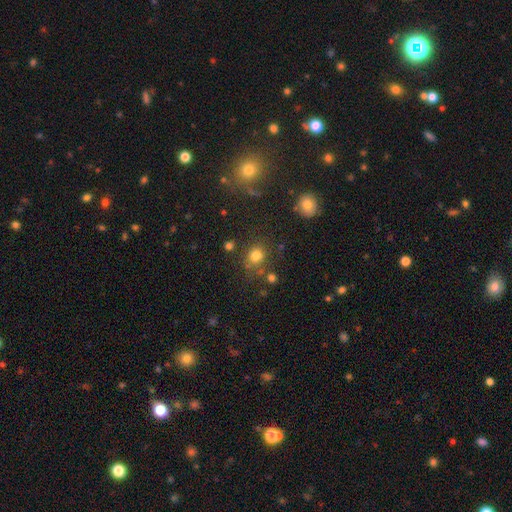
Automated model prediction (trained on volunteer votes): smooth 76%, star or artifact 17%, featured or disk 7%. Down the decision tree: how rounded — round (79%); merging — none (73%).